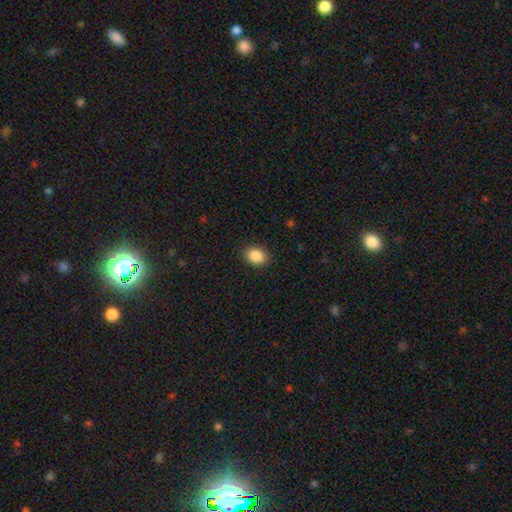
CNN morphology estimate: smooth-or-featured: smooth: 88% | star or artifact: 9% | featured or disk: 4%
  how-rounded: in between: 59% | round: 40% | cigar-shaped: 1%
  merging: none: 88% | minor disturbance: 8% | major disturbance: 2% | merger: 1%